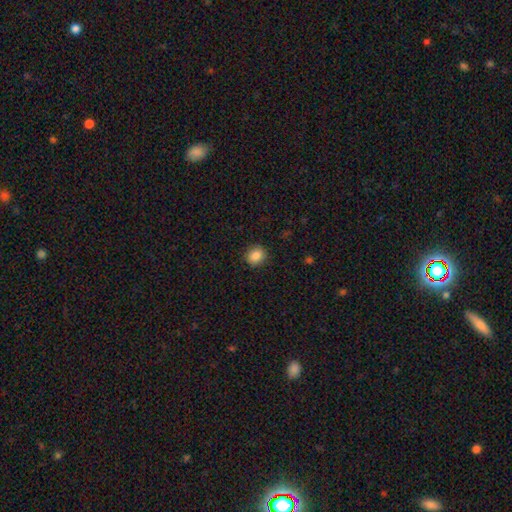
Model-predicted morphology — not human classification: A smooth galaxy with no disk features (86%) that is round (79%). Merging: none (89%).